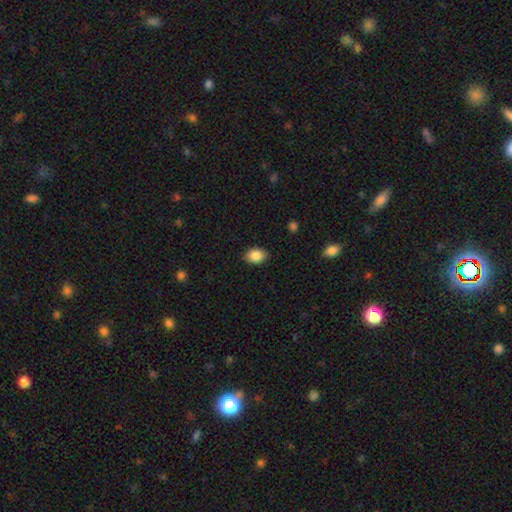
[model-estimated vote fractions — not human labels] smooth_or_featured: smooth (p=0.87) [alt: star or artifact p=0.08]
how_rounded: in between (p=0.68) [alt: round p=0.31]
merging: none (p=0.86) [alt: minor disturbance p=0.10]